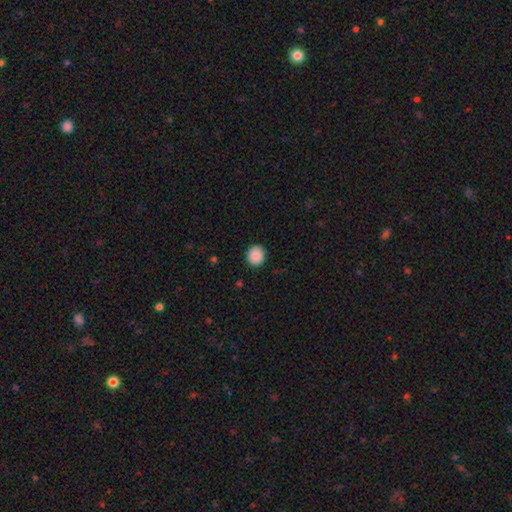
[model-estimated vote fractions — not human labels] Morphology: type=smooth (89%); roundness=round (82%); merging=none (90%).